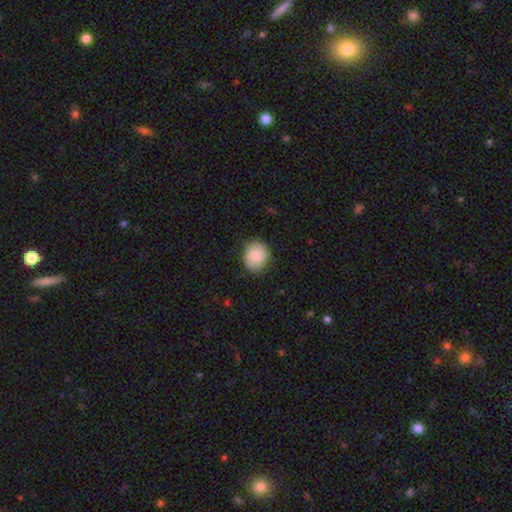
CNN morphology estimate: smooth_or_featured: smooth (p=0.74) [alt: featured or disk p=0.19]
how_rounded: round (p=0.76) [alt: in between p=0.23]
merging: none (p=0.82) [alt: minor disturbance p=0.14]